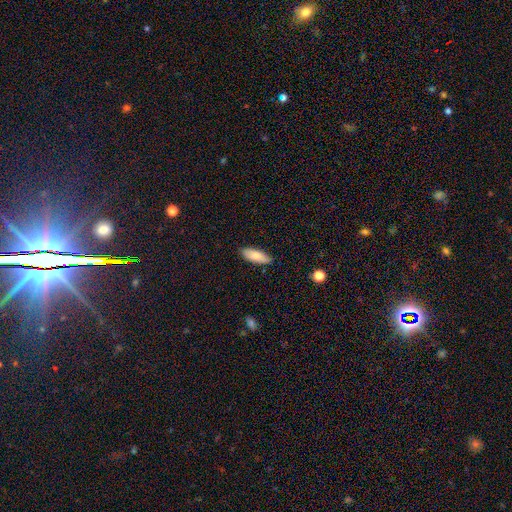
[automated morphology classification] A smooth galaxy with no disk features (83%) that is in between round and cigar-shaped (72%).

Vote fractions:
- Smooth or featured? smooth: 83% / featured or disk: 11% / star or artifact: 6%
- How rounded? in between: 72% / cigar-shaped: 26% / round: 2%
- Merging? none: 85% / minor disturbance: 12% / major disturbance: 2% / merger: 1%